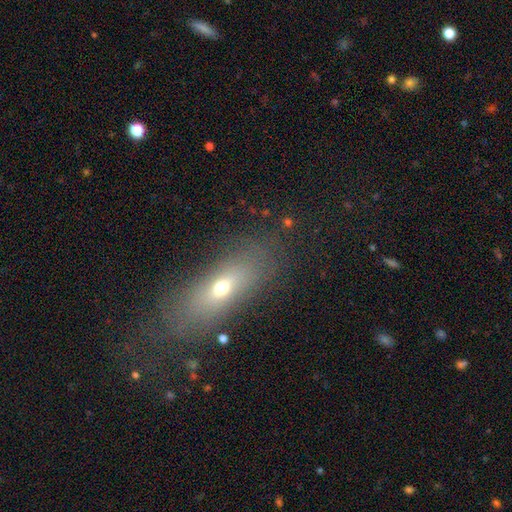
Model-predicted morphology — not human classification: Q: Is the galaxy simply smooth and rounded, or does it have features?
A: smooth — 57%.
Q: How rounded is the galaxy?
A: in between — 59%.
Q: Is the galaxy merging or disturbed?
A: none — 74%.